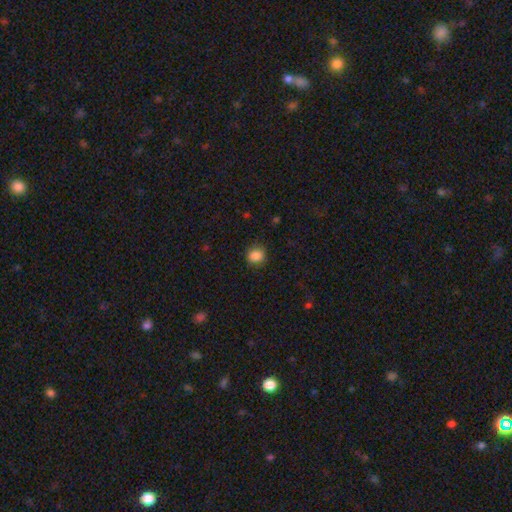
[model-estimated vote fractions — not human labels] smooth-or-featured: smooth: 86% | star or artifact: 10% | featured or disk: 4%
  how-rounded: round: 67% | in between: 32% | cigar-shaped: 1%
  merging: none: 82% | minor disturbance: 13% | major disturbance: 3% | merger: 1%